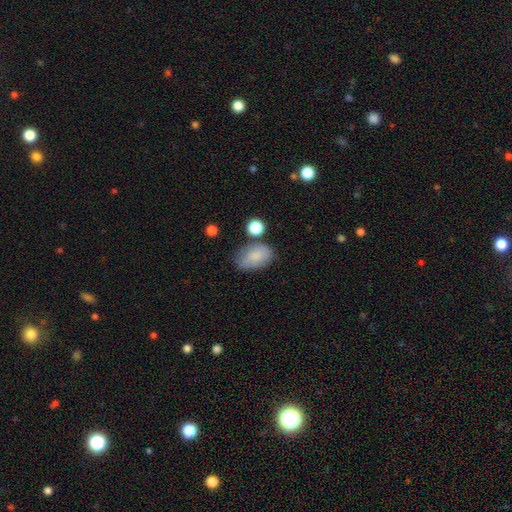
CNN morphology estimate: smooth_or_featured: smooth (p=0.80) [alt: featured or disk p=0.12]
how_rounded: in between (p=0.87) [alt: round p=0.12]
merging: none (p=0.60) [alt: minor disturbance p=0.25]